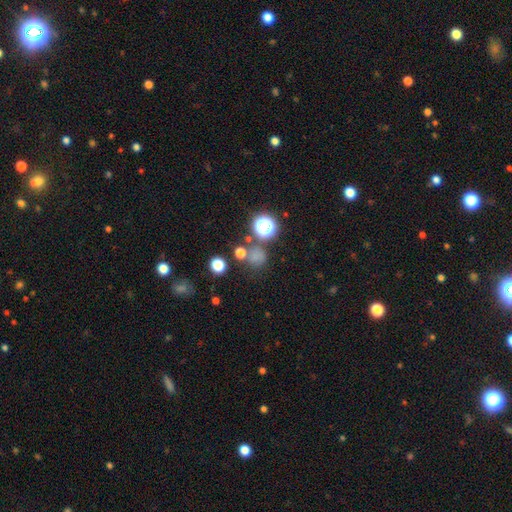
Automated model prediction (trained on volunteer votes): smooth_or_featured: smooth (p=0.63) [alt: star or artifact p=0.29]
how_rounded: round (p=0.86) [alt: in between p=0.12]
merging: none (p=0.64) [alt: merger p=0.16]